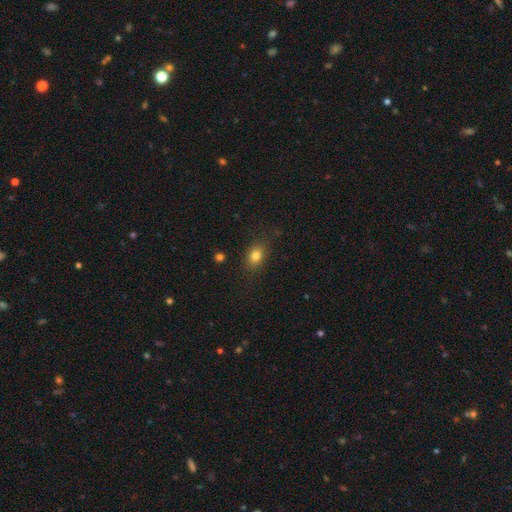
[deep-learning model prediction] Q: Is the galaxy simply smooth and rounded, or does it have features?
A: smooth — 80%.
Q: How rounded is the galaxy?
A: in between — 64%.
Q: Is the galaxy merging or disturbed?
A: none — 80%.